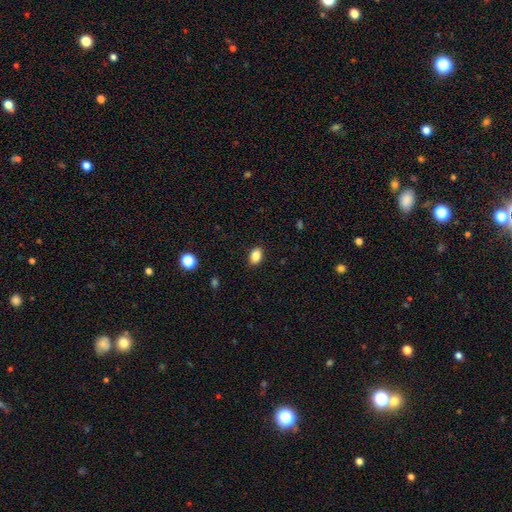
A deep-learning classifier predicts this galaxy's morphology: Smooth or featured? smooth (87%)
How rounded? in between (81%)
Merging? none (89%)